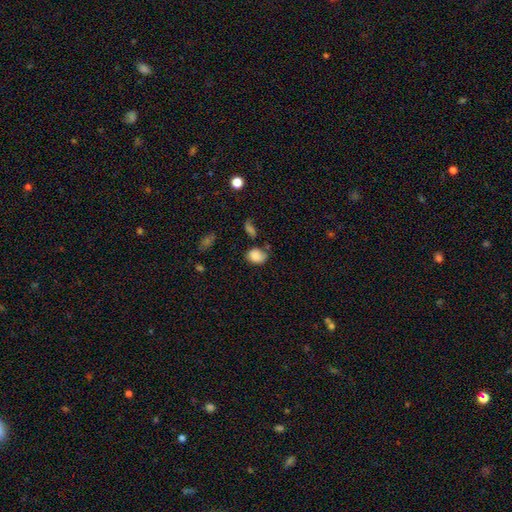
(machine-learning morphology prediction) Overall: smooth (83%). How rounded: in between (60%; round 38%). Merging: none (52%; minor disturbance 28%).